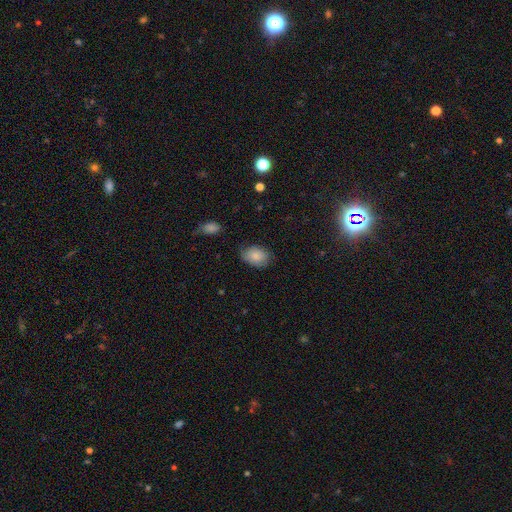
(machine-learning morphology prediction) smooth 82%, featured or disk 11%, star or artifact 7%. Down the decision tree: how rounded — in between (77%); merging — none (69%).